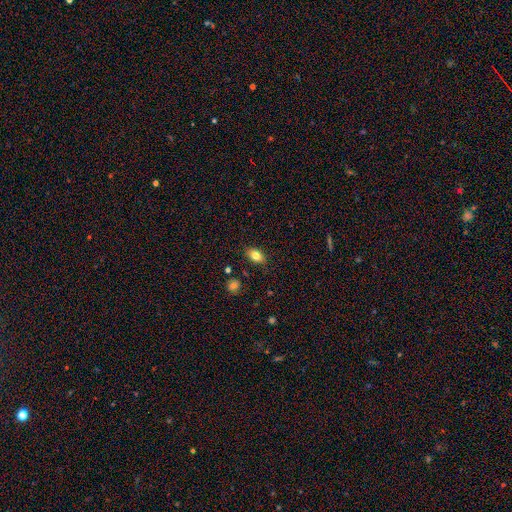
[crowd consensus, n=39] smooth_or_featured: smooth (p=0.90) [alt: featured or disk p=0.05]
how_rounded: in between (p=0.83) [alt: round p=0.14]
merging: none (p=0.95) [alt: minor disturbance p=0.03]